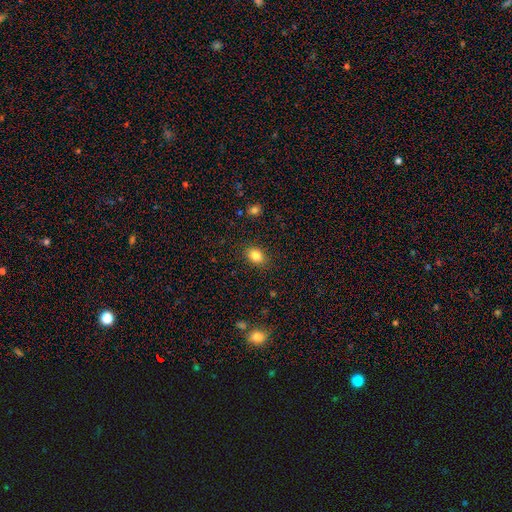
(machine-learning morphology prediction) Overall: smooth (83%). How rounded: in between (66%; round 33%). Merging: none (88%).